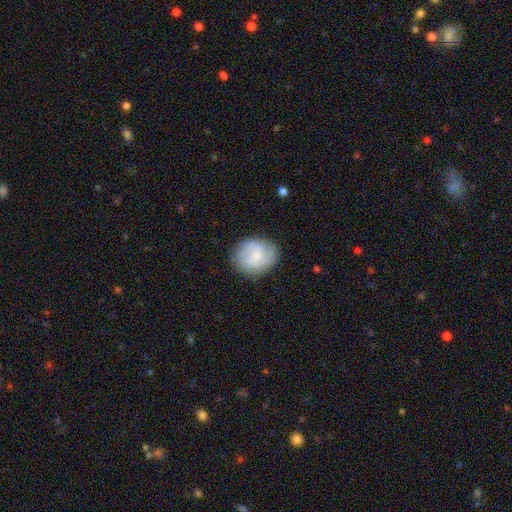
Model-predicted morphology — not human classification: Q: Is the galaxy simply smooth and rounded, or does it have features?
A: featured or disk — 53%.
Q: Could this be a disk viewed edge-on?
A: no — 98%.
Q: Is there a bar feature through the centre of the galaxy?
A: no — 51%.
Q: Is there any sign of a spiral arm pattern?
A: yes — 89%.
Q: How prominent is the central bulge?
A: small — 56%.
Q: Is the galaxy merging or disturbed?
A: none — 81%.